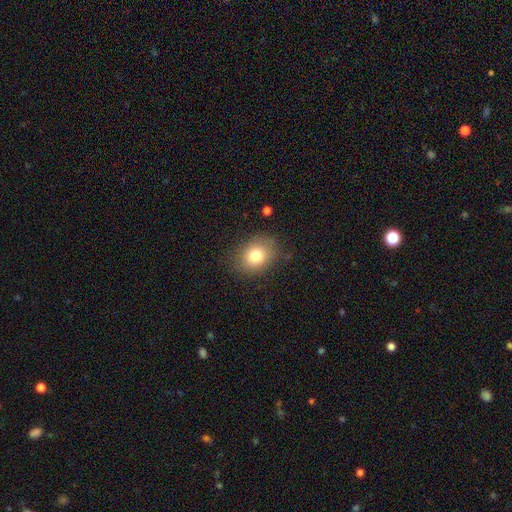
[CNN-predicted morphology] smooth_or_featured: smooth (p=0.79) [alt: star or artifact p=0.10]
how_rounded: in between (p=0.54) [alt: round p=0.45]
merging: none (p=0.81) [alt: minor disturbance p=0.13]